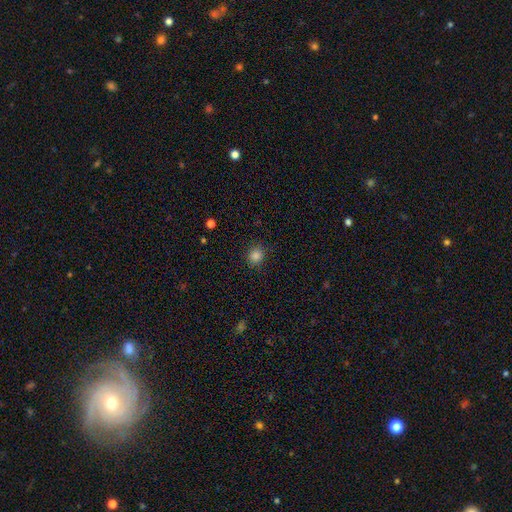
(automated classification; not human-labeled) A smooth galaxy with no disk features (84%) that is round (87%).

Vote fractions:
- Smooth or featured? smooth: 84% / star or artifact: 12% / featured or disk: 3%
- How rounded? round: 87% / in between: 12% / cigar-shaped: 1%
- Merging? none: 88% / minor disturbance: 8% / major disturbance: 3% / merger: 1%